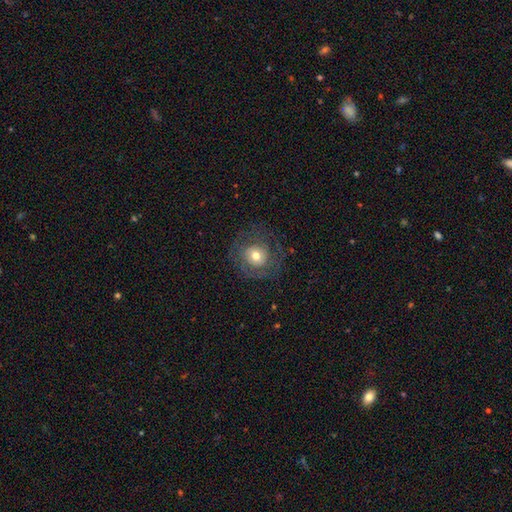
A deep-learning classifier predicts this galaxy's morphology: Q: Smooth or featured?
A: featured or disk (49%); runner-up: smooth (41%)
Q: Merging?
A: none (72%); runner-up: minor disturbance (14%)